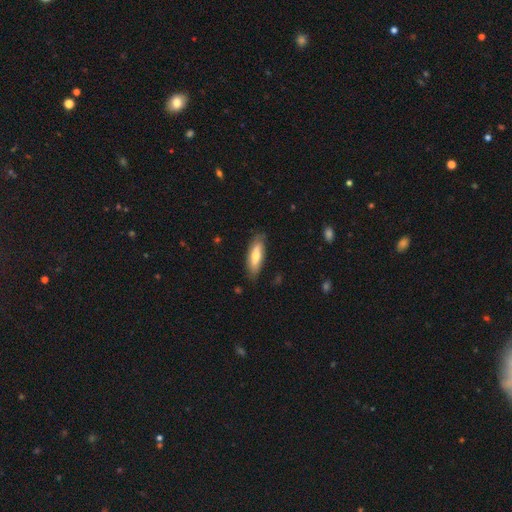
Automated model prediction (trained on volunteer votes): Smooth or featured? smooth (63%)
How rounded? in between (52%)
Merging? none (81%)